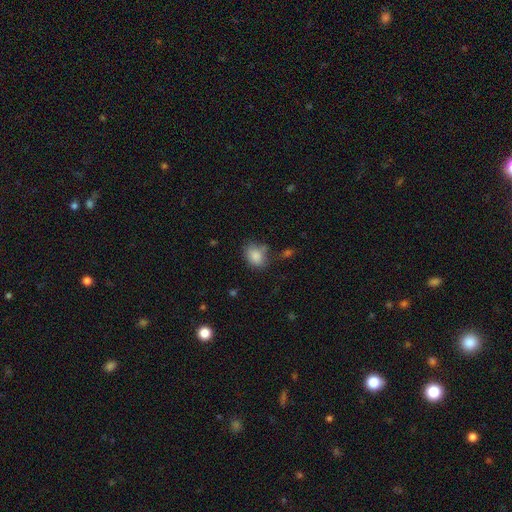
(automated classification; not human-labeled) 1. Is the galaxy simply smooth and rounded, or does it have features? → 85% smooth, 9% star or artifact, 6% featured or disk.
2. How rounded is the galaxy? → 67% in between, 32% round, 1% cigar-shaped.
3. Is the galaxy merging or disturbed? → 61% none, 23% minor disturbance, 8% merger, 8% major disturbance.